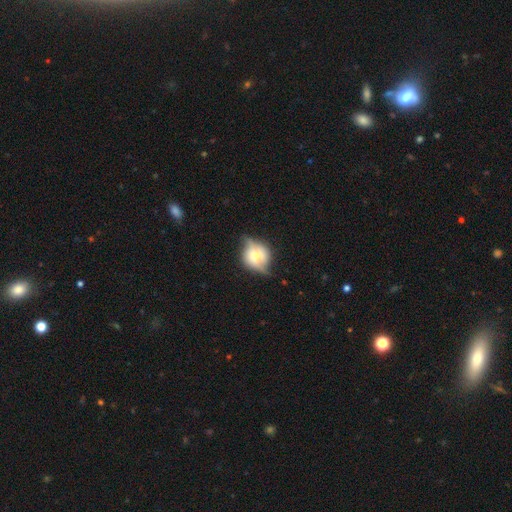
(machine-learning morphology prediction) Smooth or featured? Predicted: featured or disk (p=0.61). Edge-on disk? Predicted: yes (p=0.55). Merging? Predicted: none (p=0.60).